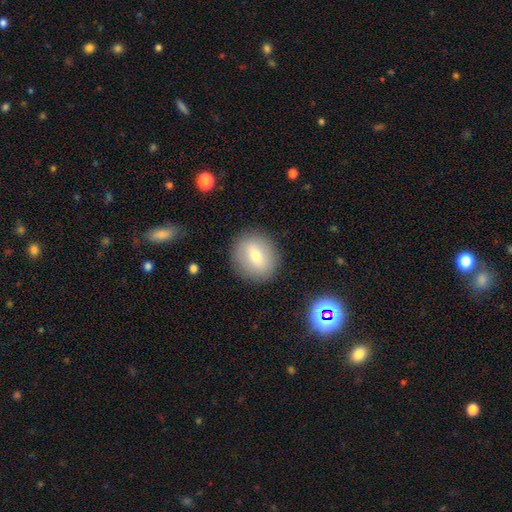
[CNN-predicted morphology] Smooth or featured: smooth — 67% (featured or disk — 24%)
How rounded: round — 71% (in between — 28%)
Merging: none — 86% (minor disturbance — 9%)